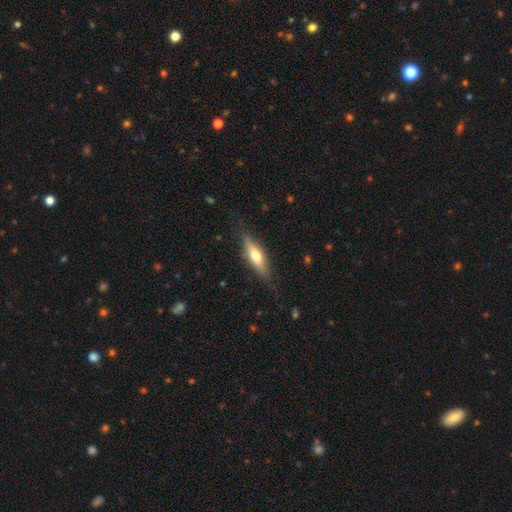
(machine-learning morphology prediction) type=smooth (53%); roundness=cigar-shaped (59%); merging=none (81%).